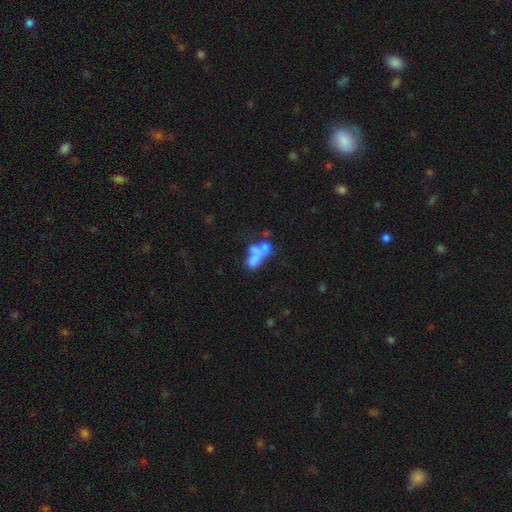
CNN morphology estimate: Smooth or featured? Predicted: smooth (p=0.48). Merging? Predicted: merger (p=0.59).